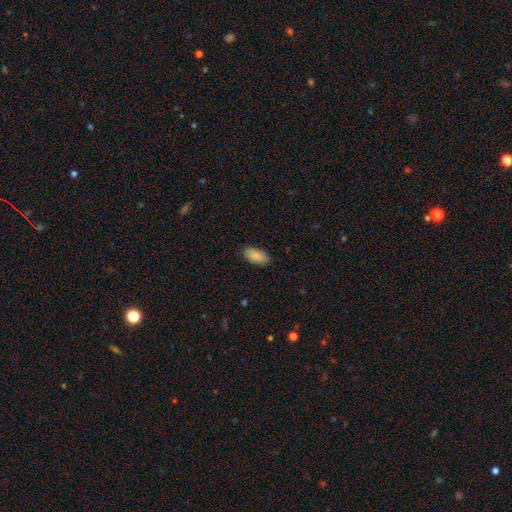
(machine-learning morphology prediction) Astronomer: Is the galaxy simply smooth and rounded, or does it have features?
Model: smooth — 89%.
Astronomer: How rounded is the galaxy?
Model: in between — 93%.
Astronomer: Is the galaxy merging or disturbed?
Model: none — 84%.